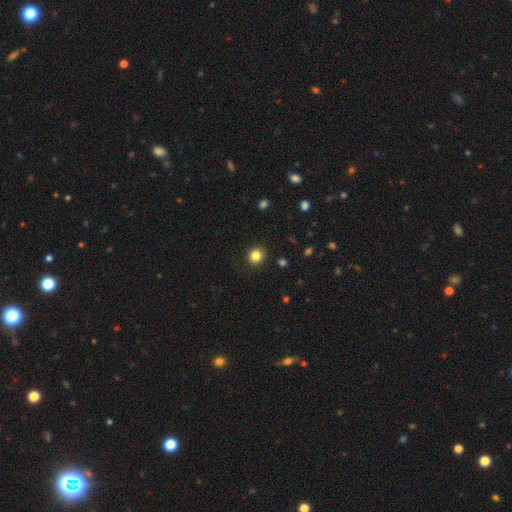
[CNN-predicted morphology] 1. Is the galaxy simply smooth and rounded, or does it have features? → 83% smooth, 12% star or artifact, 5% featured or disk.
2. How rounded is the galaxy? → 91% round, 8% in between, 1% cigar-shaped.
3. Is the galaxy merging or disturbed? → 92% none, 5% minor disturbance, 2% major disturbance, 1% merger.